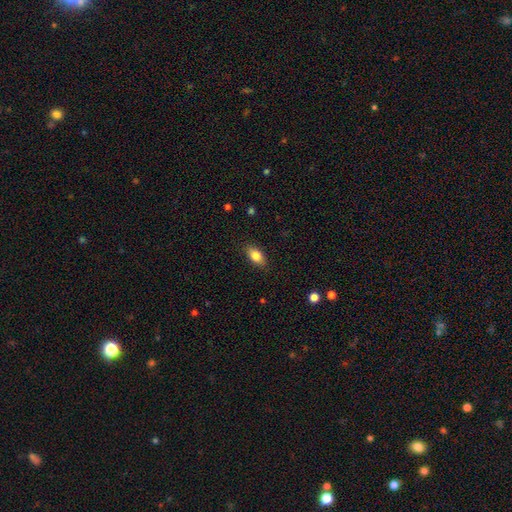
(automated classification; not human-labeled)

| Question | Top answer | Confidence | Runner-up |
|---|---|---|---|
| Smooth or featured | smooth | 84% | featured or disk (8%) |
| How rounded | in between | 89% | round (6%) |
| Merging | none | 87% | minor disturbance (10%) |